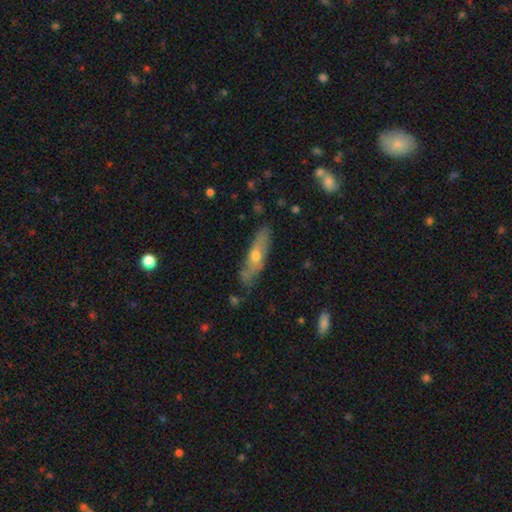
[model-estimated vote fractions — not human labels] Q: Smooth or featured?
A: featured or disk (58%); runner-up: smooth (34%)
Q: Edge-on disk?
A: yes (63%); runner-up: no (37%)
Q: Merging?
A: none (79%); runner-up: minor disturbance (16%)